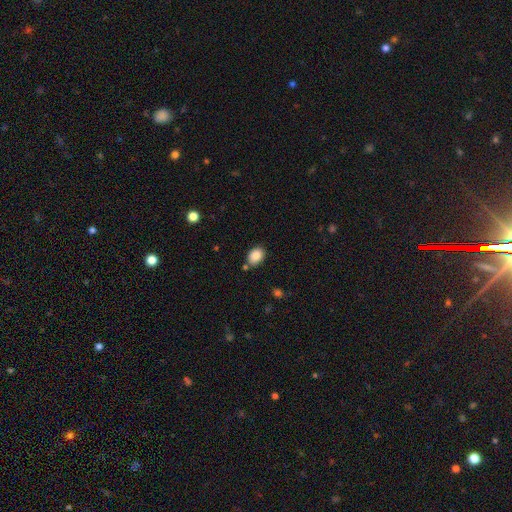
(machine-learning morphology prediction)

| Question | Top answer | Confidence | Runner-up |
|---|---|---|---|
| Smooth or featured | smooth | 88% | star or artifact (8%) |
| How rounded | in between | 75% | round (24%) |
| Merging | none | 75% | minor disturbance (15%) |